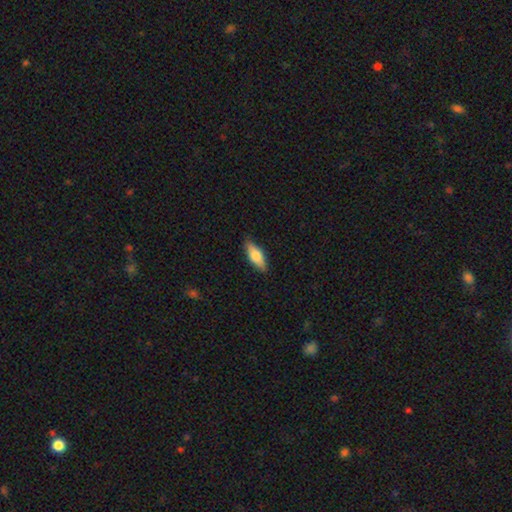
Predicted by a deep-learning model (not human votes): smooth_or_featured: smooth (p=0.72) [alt: featured or disk p=0.22]
how_rounded: in between (p=0.68) [alt: cigar-shaped p=0.29]
merging: none (p=0.87) [alt: minor disturbance p=0.10]